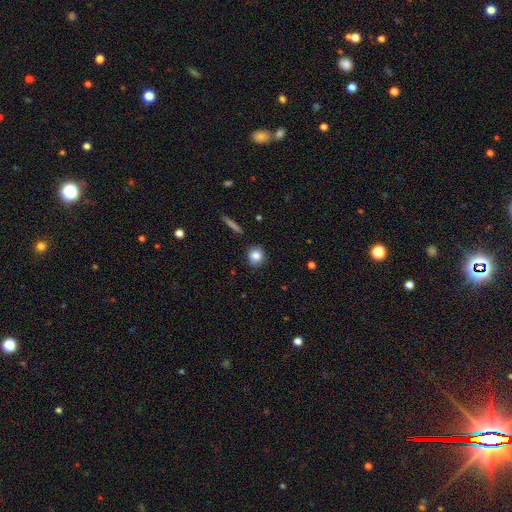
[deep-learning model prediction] smooth-or-featured: smooth: 83% | star or artifact: 9% | featured or disk: 9%
  how-rounded: round: 84% | in between: 14% | cigar-shaped: 2%
  merging: none: 85% | minor disturbance: 11% | major disturbance: 2% | merger: 2%